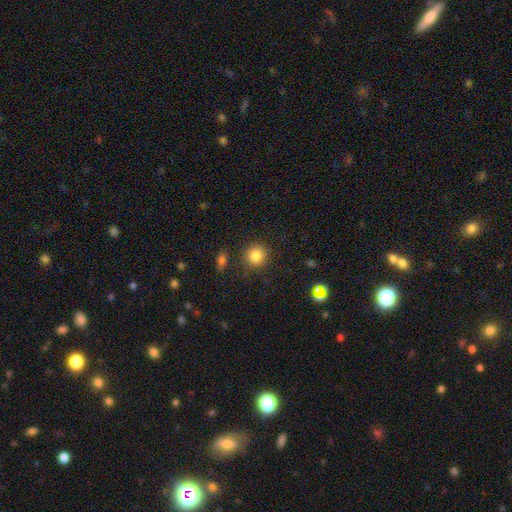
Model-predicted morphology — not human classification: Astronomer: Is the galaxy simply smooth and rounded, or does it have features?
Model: smooth — 84%.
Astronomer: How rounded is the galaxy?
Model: round — 89%.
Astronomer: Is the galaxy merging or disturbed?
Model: none — 85%.